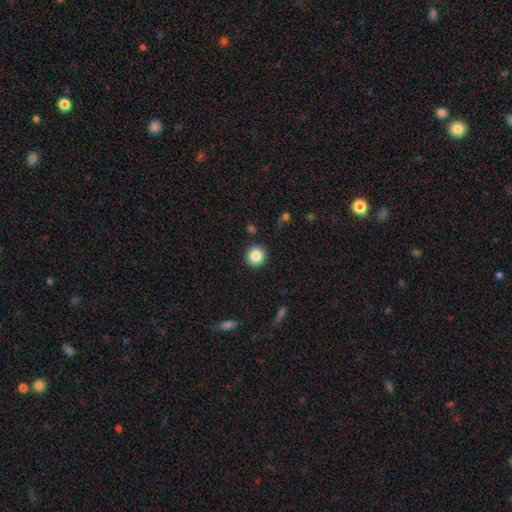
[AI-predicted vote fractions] Smooth or featured? smooth (85%)
How rounded? round (94%)
Merging? none (91%)